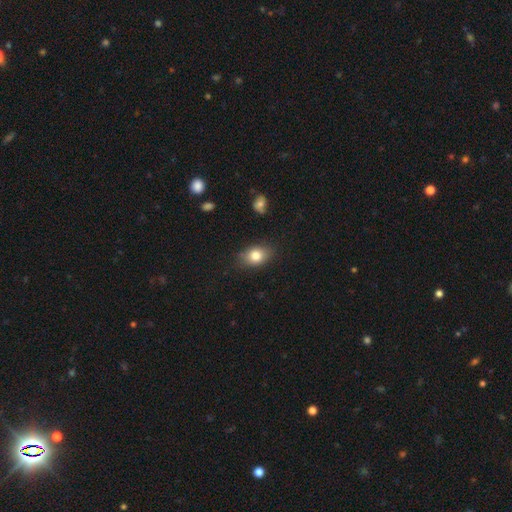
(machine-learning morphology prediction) smooth_or_featured: smooth (p=0.81) [alt: star or artifact p=0.10]
how_rounded: in between (p=0.69) [alt: round p=0.29]
merging: none (p=0.81) [alt: minor disturbance p=0.14]